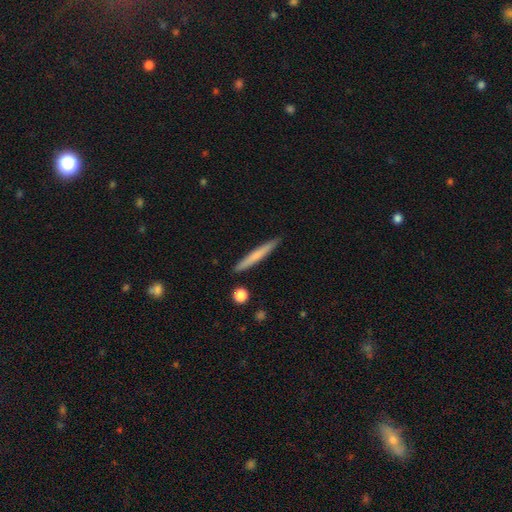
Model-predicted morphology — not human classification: A smooth galaxy with no disk features (64%) that is cigar-shaped (96%). Merging: none (91%).